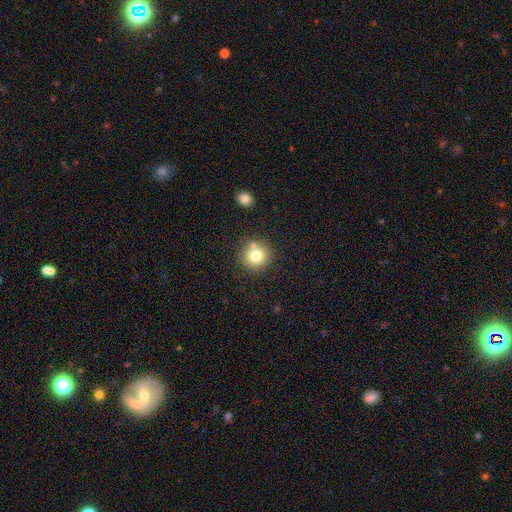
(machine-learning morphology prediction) smooth-or-featured: smooth: 78% | star or artifact: 12% | featured or disk: 10%
  how-rounded: round: 90% | in between: 9% | cigar-shaped: 1%
  merging: none: 73% | merger: 14% | minor disturbance: 10% | major disturbance: 3%